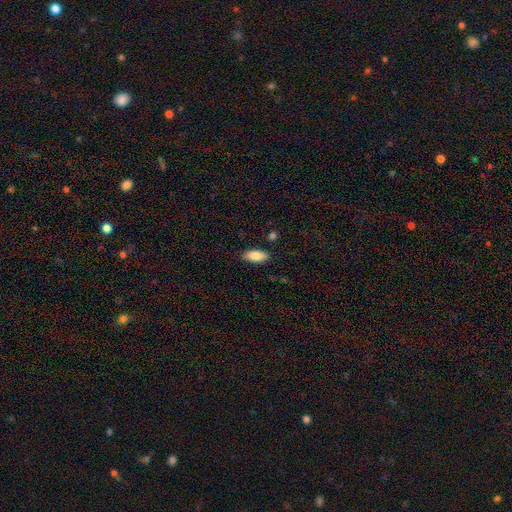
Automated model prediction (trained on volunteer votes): Smooth or featured? Predicted: smooth (p=0.85). How rounded? Predicted: in between (p=0.85). Merging? Predicted: none (p=0.86).